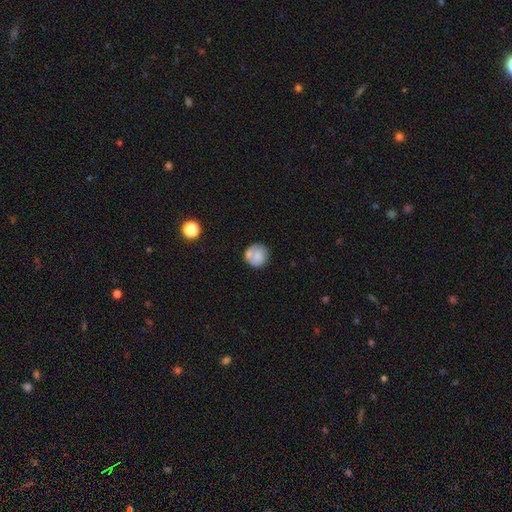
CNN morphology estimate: This appears to be a smooth galaxy with no disk features (74%) that is round (89%). Merging: none (63%).